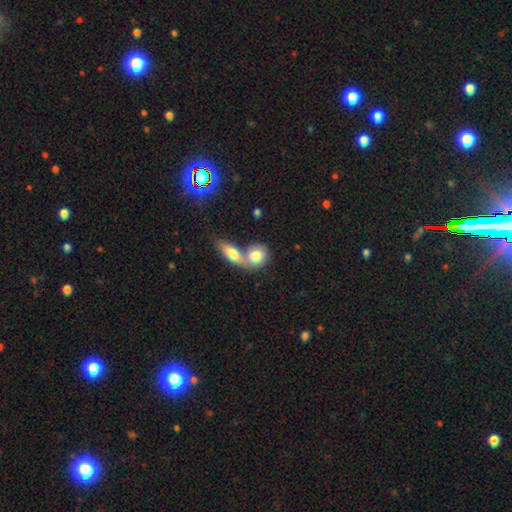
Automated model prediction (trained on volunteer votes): Morphology: type=smooth (78%); roundness=in between (48%, tied with round); merging=merger (66%).